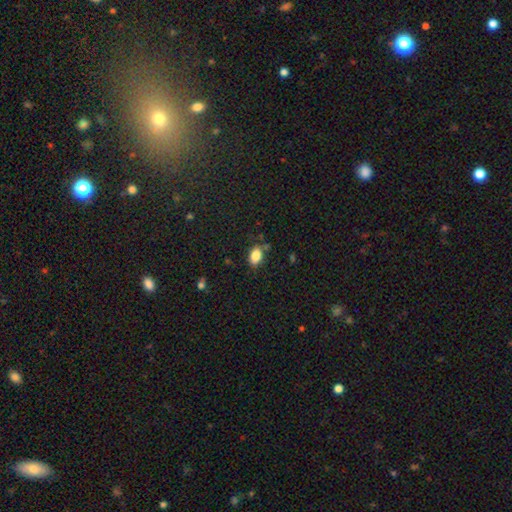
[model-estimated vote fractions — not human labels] A smooth galaxy with no disk features (85%) that is in between round and cigar-shaped (86%).

Vote fractions:
- Smooth or featured? smooth: 85% / star or artifact: 9% / featured or disk: 6%
- How rounded? in between: 86% / round: 12% / cigar-shaped: 2%
- Merging? none: 78% / minor disturbance: 14% / merger: 5% / major disturbance: 3%